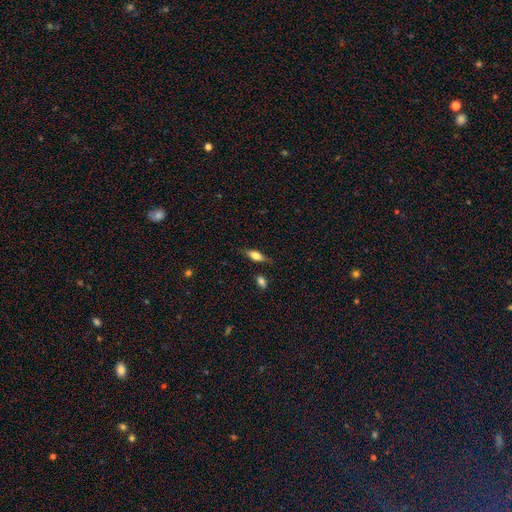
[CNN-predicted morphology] type=smooth (62%); roundness=in between (68%); merging=none (77%).